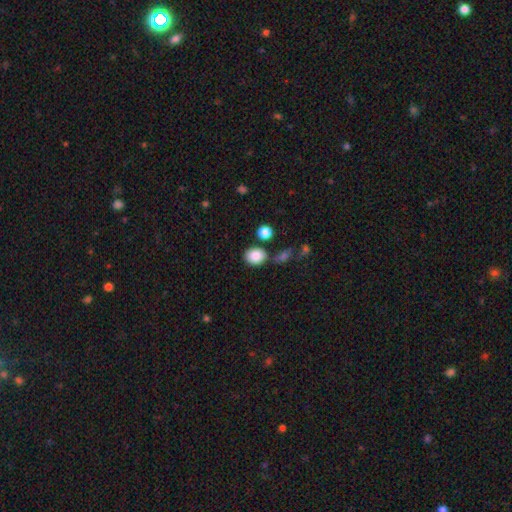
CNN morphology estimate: smooth_or_featured: smooth (p=0.87) [alt: star or artifact p=0.09]
how_rounded: round (p=0.52) [alt: in between p=0.47]
merging: none (p=0.69) [alt: minor disturbance p=0.14]